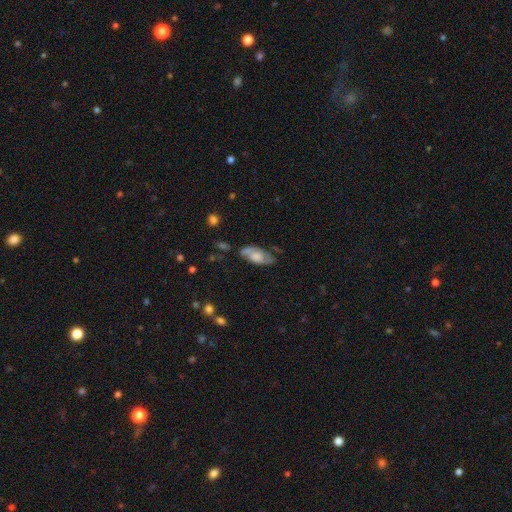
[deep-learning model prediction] The model was most divided on "smooth or featured": featured or disk: 47%, smooth: 46%, star or artifact: 8%. More confident: merging — none (63%).